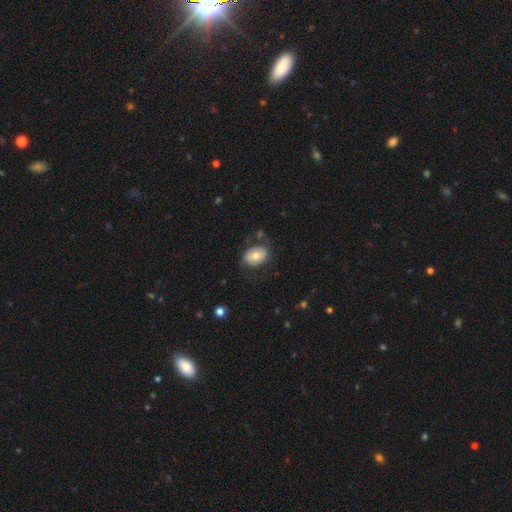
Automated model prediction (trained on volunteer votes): A smooth galaxy with no disk features (62%) that is in between round and cigar-shaped (59%). Merging: none (69%).